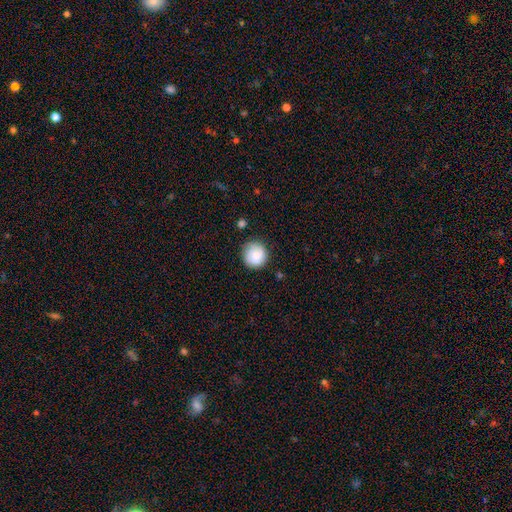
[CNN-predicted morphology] A smooth galaxy with no disk features (79%) that is round (93%). Merging: none (82%).